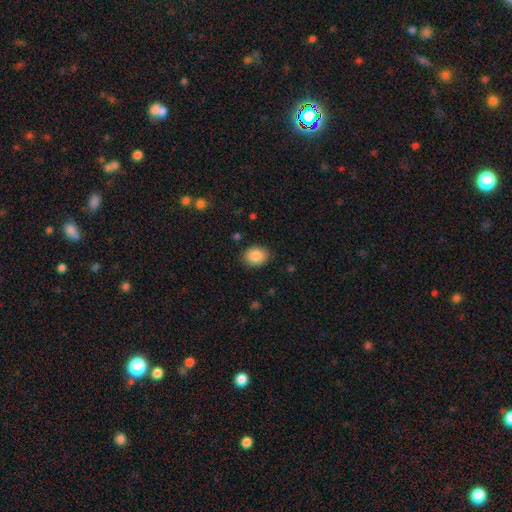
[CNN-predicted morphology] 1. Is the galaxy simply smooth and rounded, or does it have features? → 87% smooth, 8% star or artifact, 5% featured or disk.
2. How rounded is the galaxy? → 56% in between, 43% round, 1% cigar-shaped.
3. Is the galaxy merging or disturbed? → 87% none, 9% minor disturbance, 2% major disturbance, 1% merger.